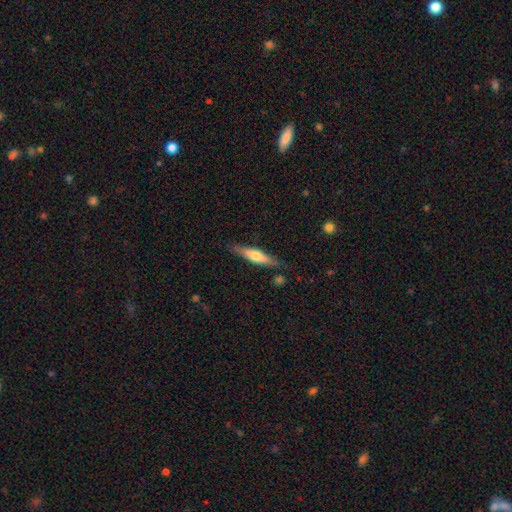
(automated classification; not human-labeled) smooth_or_featured: featured or disk (p=0.48) [alt: smooth p=0.46]
merging: none (p=0.82) [alt: minor disturbance p=0.12]